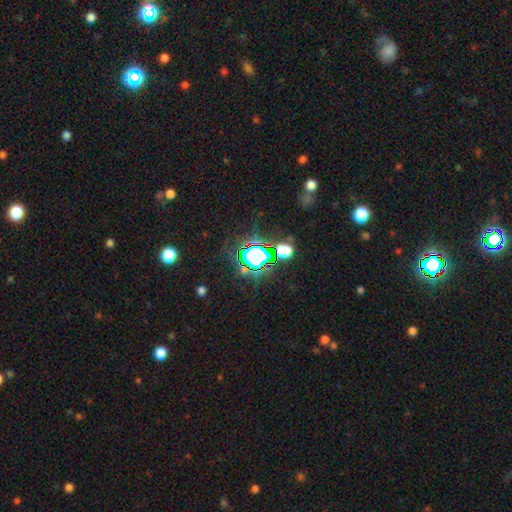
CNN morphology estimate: Overall: star or artifact (69%).